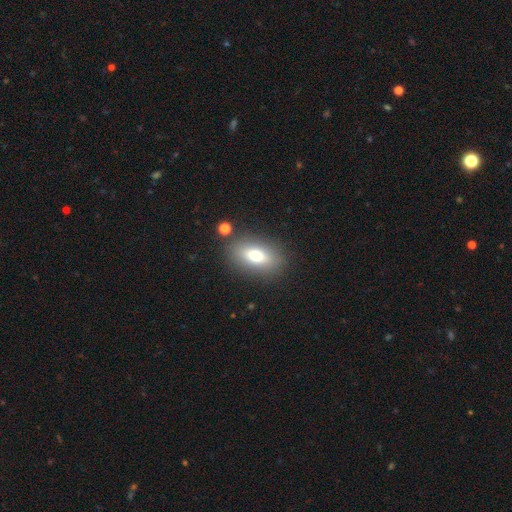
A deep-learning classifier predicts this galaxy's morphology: smooth-or-featured: smooth: 71% | featured or disk: 19% | star or artifact: 10%
  how-rounded: in between: 84% | round: 10% | cigar-shaped: 6%
  merging: none: 82% | minor disturbance: 10% | major disturbance: 4% | merger: 4%